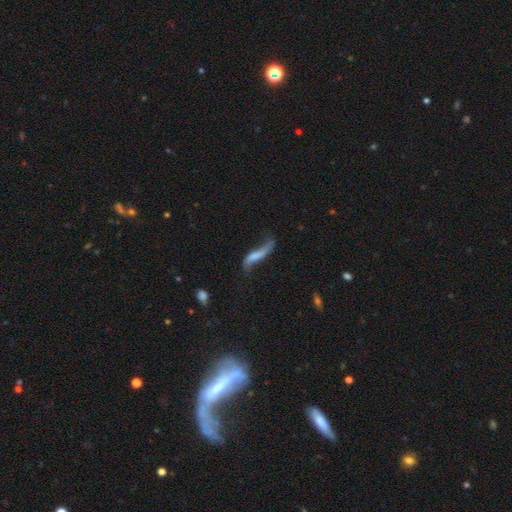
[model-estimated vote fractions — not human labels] Smooth or featured?
  - featured or disk: 55% *
  - smooth: 38%
  - star or artifact: 8%
Edge-on disk?
  - no: 72% *
  - yes: 28%
Merging?
  - none: 43% *
  - minor disturbance: 27%
  - major disturbance: 24%
  - merger: 6%